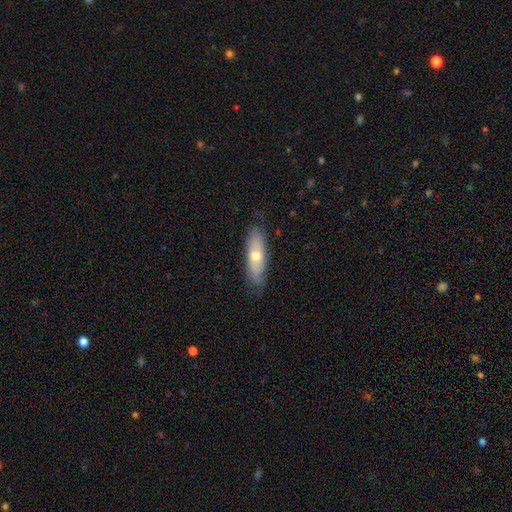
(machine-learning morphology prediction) The model was most divided on "how rounded": cigar-shaped: 53%, in between: 45%, round: 2%. More confident: merging — none (78%); smooth or featured — smooth (53%).